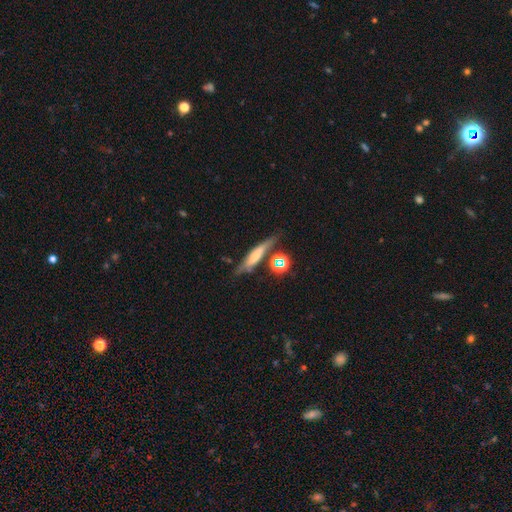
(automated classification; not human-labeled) This appears to be a featured or disk galaxy (46%). Merging: none (66%).